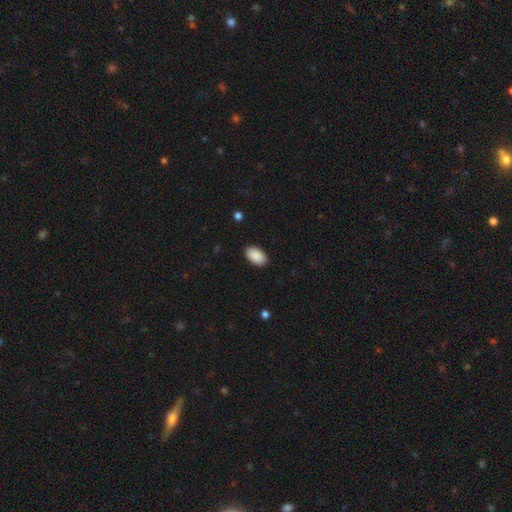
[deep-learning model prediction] Smooth or featured? smooth (90%)
How rounded? in between (94%)
Merging? none (89%)